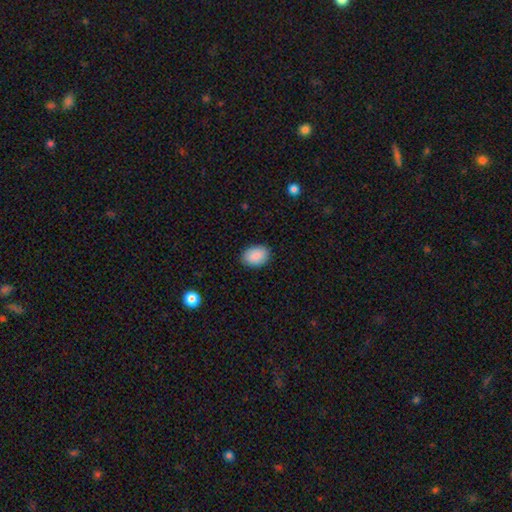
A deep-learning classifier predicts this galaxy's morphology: type=smooth (90%); roundness=in between (79%); merging=none (88%).